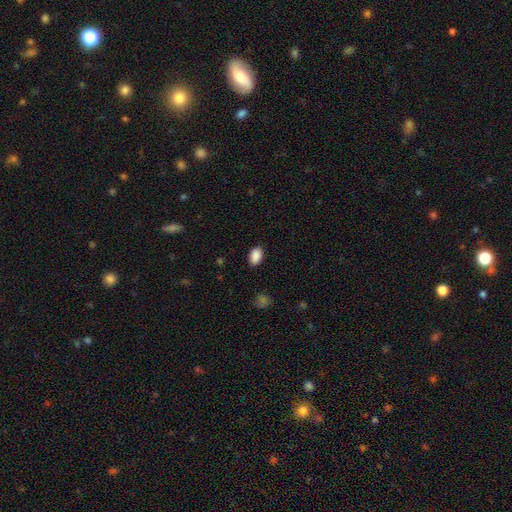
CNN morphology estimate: smooth_or_featured: smooth (p=0.89) [alt: star or artifact p=0.08]
how_rounded: in between (p=0.86) [alt: round p=0.12]
merging: none (p=0.87) [alt: minor disturbance p=0.10]